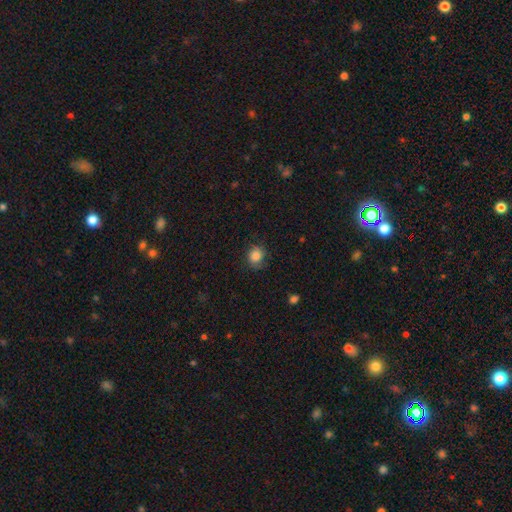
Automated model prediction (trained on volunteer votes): The model was most divided on "merging": none: 75%, minor disturbance: 19%, major disturbance: 6%, merger: 1%. More confident: smooth or featured — smooth (84%); how rounded — round (80%).